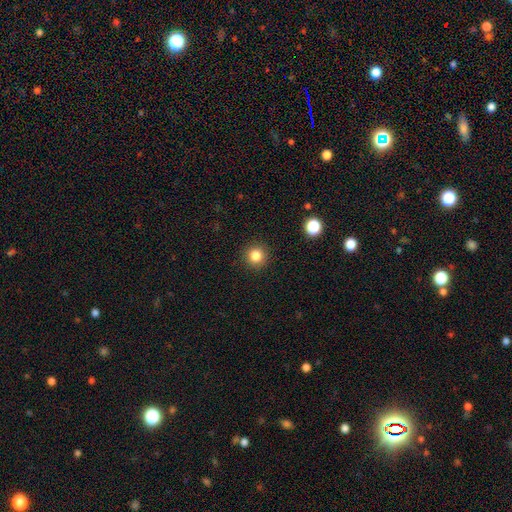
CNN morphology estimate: smooth_or_featured: smooth (p=0.83) [alt: star or artifact p=0.12]
how_rounded: round (p=0.95) [alt: in between p=0.04]
merging: none (p=0.92) [alt: minor disturbance p=0.05]